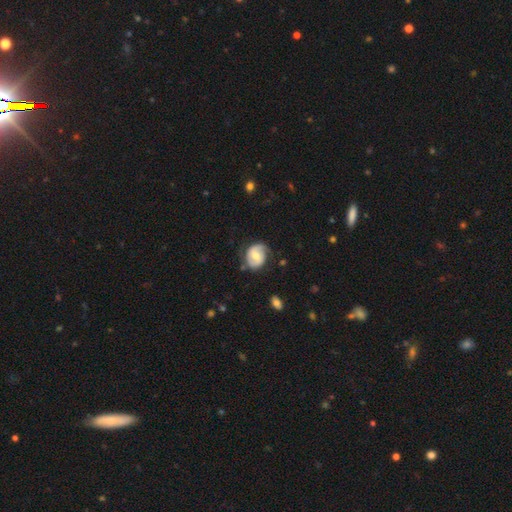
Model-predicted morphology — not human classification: Q: Smooth or featured?
A: featured or disk (70%); runner-up: smooth (24%)
Q: Edge-on disk?
A: no (98%); runner-up: yes (2%)
Q: Bar?
A: no (46%); runner-up: weak (42%)
Q: Spiral arms?
A: yes (89%); runner-up: no (11%)
Q: Spiral winding?
A: medium (41%); runner-up: tight (40%)
Q: Spiral arm count?
A: 2 (78%); runner-up: 1 (10%)
Q: Bulge size?
A: moderate (66%); runner-up: small (27%)
Q: Merging?
A: none (69%); runner-up: minor disturbance (22%)